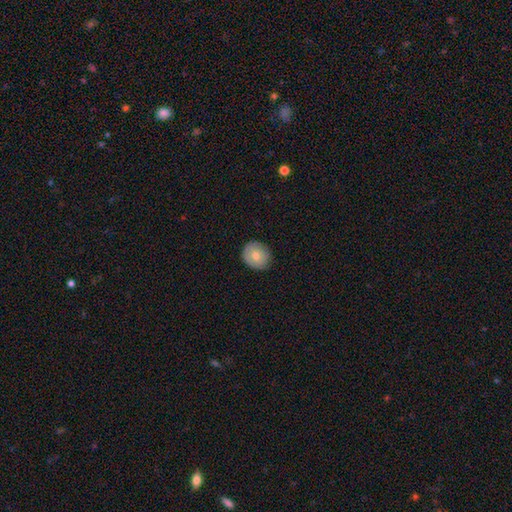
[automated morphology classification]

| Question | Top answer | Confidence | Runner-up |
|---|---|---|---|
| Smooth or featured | smooth | 69% | featured or disk (23%) |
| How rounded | round | 79% | in between (21%) |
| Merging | none | 85% | minor disturbance (12%) |